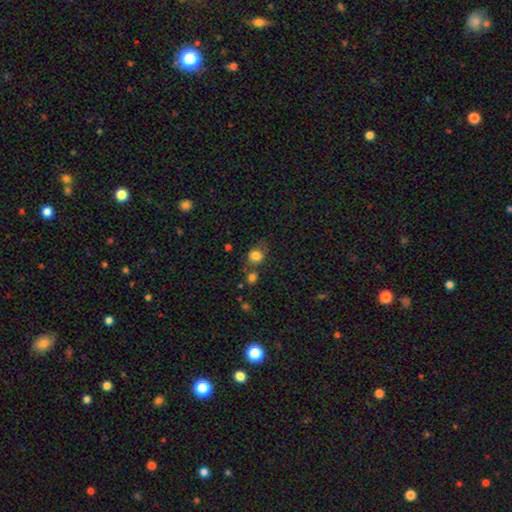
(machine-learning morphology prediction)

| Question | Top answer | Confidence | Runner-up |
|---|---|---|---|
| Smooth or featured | smooth | 80% | star or artifact (11%) |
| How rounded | round | 76% | in between (23%) |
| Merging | none | 56% | merger (18%) |